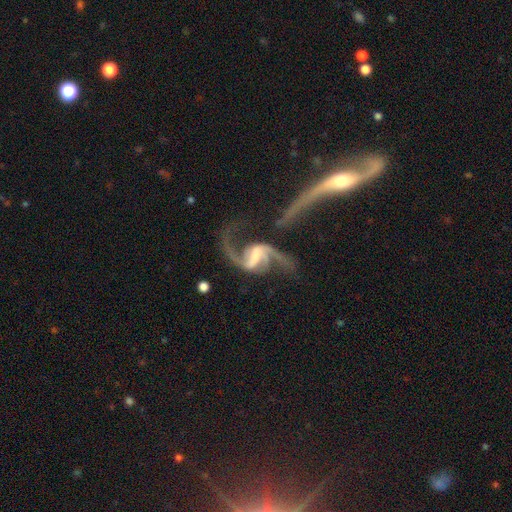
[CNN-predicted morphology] Overall: featured or disk (91%). Edge-on disk: no (98%). Bar: strong (45%; weak 43%). Spiral arms: yes (98%). Spiral arm count: 2 (89%). Spiral winding: loose (71%). Bulge size: none (31%; small 28%). Merging: none (57%; major disturbance 23%).